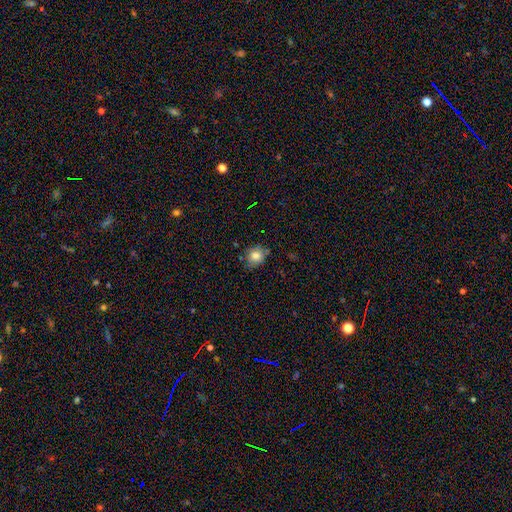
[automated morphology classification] Smooth or featured? smooth (80%)
How rounded? round (74%)
Merging? none (72%)